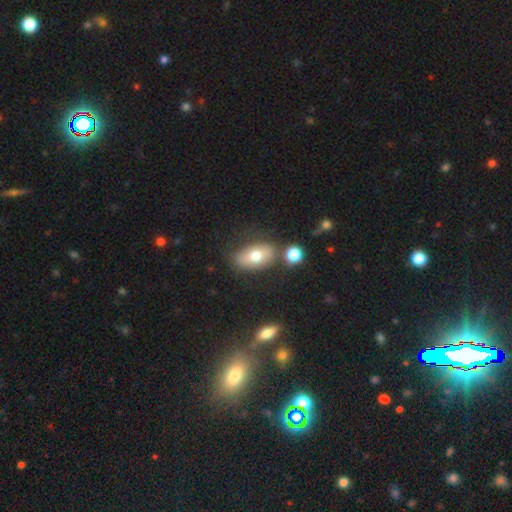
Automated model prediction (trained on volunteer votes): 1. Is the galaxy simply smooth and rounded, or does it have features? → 68% smooth, 23% featured or disk, 9% star or artifact.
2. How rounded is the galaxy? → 88% in between, 9% round, 3% cigar-shaped.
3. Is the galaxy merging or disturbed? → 67% none, 15% minor disturbance, 12% merger, 6% major disturbance.